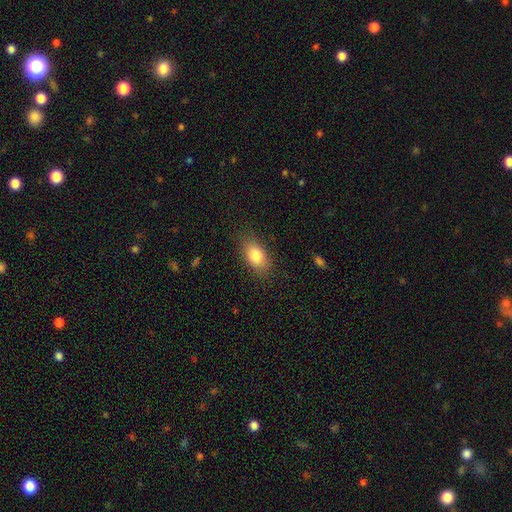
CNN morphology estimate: smooth-or-featured: smooth: 83% | featured or disk: 9% | star or artifact: 8%
  how-rounded: in between: 88% | round: 9% | cigar-shaped: 3%
  merging: none: 83% | minor disturbance: 12% | major disturbance: 4% | merger: 1%